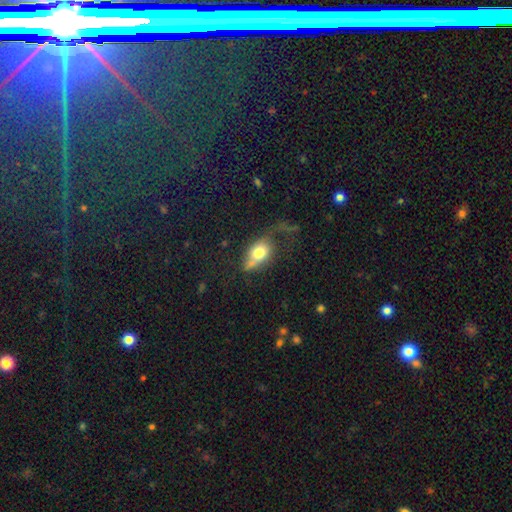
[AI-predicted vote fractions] Smooth or featured? Predicted: smooth (p=0.65). How rounded? Predicted: in between (p=0.73). Merging? Predicted: none (p=0.39).